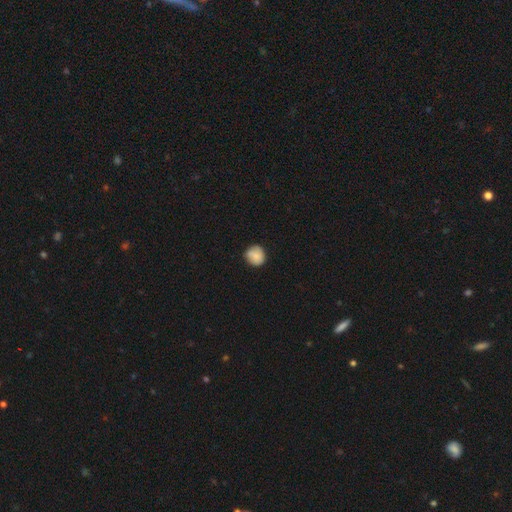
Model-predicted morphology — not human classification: type=smooth (83%); roundness=round (86%); merging=none (77%).